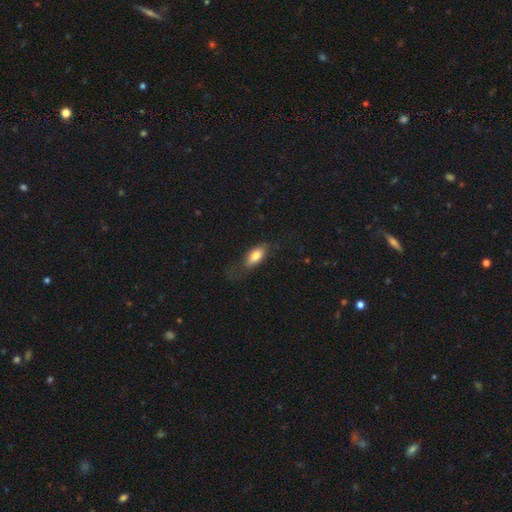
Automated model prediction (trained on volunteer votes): smooth-or-featured: smooth: 78% | featured or disk: 16% | star or artifact: 7%
  how-rounded: in between: 86% | cigar-shaped: 11% | round: 3%
  merging: none: 56% | minor disturbance: 25% | major disturbance: 18% | merger: 2%